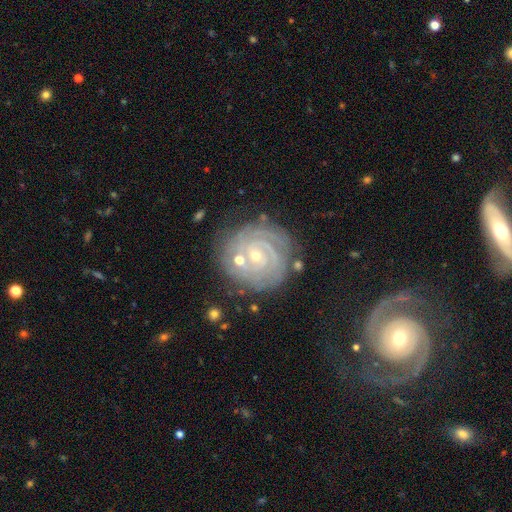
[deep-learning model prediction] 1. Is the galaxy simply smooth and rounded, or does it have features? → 88% featured or disk, 7% star or artifact, 6% smooth.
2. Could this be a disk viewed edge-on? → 98% no, 2% yes.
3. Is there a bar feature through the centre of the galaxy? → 67% no, 25% weak, 9% strong.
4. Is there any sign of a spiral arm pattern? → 98% yes, 2% no.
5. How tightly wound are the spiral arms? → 84% tight, 14% medium, 2% loose.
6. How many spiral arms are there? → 28% 3, 24% 2, 18% can't tell, 17% 4, 7% more than 4, 5% 1.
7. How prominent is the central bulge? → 76% small, 21% moderate, 1% none, 1% large, 1% dominant.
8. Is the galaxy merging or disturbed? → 75% none, 15% minor disturbance, 6% merger, 5% major disturbance.